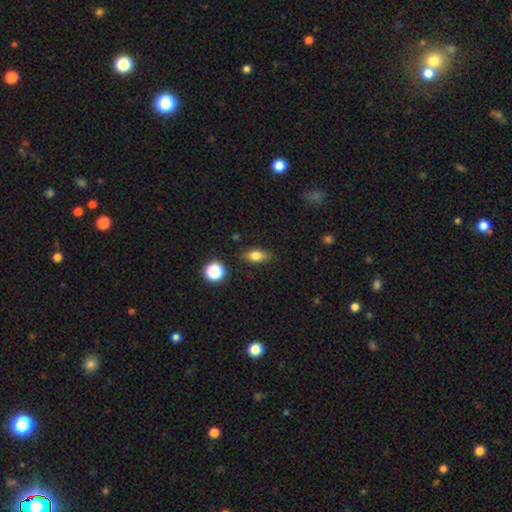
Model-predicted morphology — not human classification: smooth_or_featured: smooth (p=0.76) [alt: featured or disk p=0.14]
how_rounded: in between (p=0.76) [alt: cigar-shaped p=0.13]
merging: none (p=0.85) [alt: minor disturbance p=0.11]